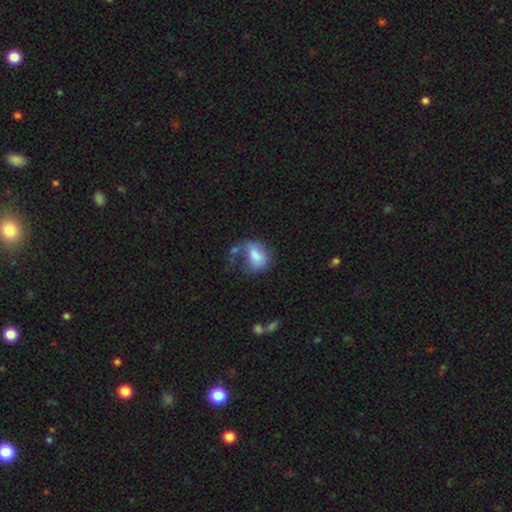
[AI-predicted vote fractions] Overall: smooth (65%; featured or disk 26%). How rounded: in between (70%). Merging: major disturbance (39%; none 26%).